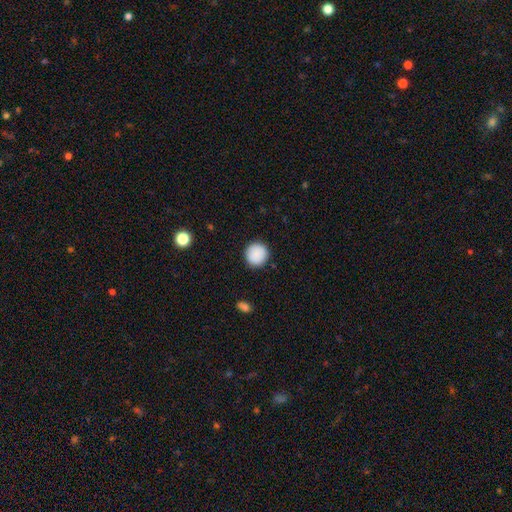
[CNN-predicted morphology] This appears to be a smooth galaxy with no disk features (89%) that is round (94%). Merging: none (91%).